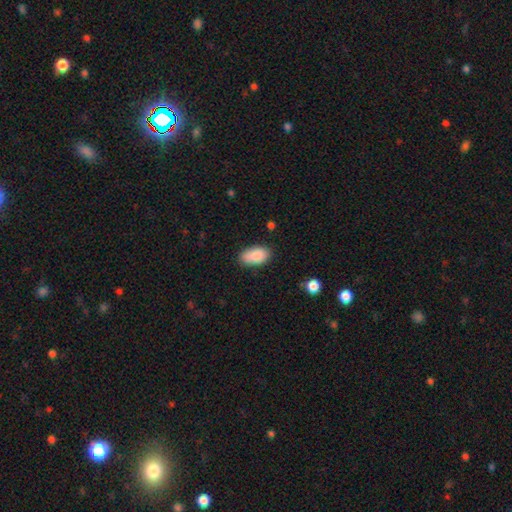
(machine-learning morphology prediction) Q: Smooth or featured?
A: smooth (88%); runner-up: star or artifact (7%)
Q: How rounded?
A: in between (94%); runner-up: round (4%)
Q: Merging?
A: none (81%); runner-up: minor disturbance (15%)